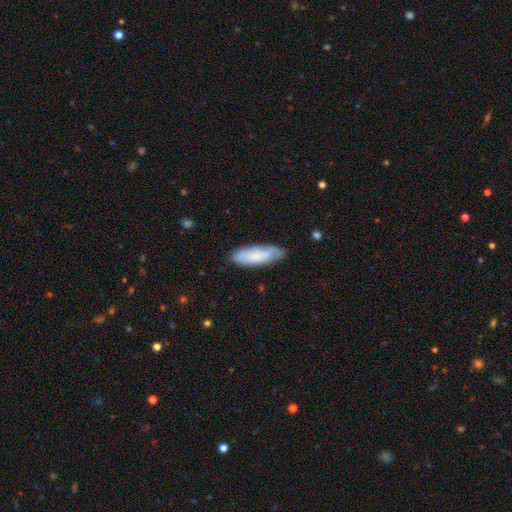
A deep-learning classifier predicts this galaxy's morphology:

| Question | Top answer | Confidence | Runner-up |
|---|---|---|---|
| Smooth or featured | smooth | 70% | featured or disk (24%) |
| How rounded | in between | 55% | cigar-shaped (44%) |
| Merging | none | 79% | minor disturbance (17%) |